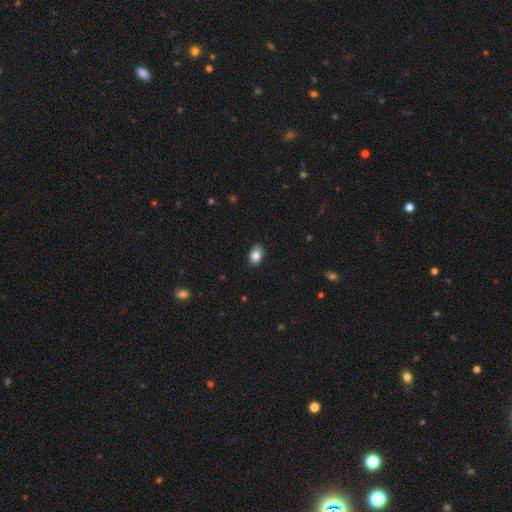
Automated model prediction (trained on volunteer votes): Smooth or featured? Predicted: smooth (p=0.85). How rounded? Predicted: in between (p=0.78). Merging? Predicted: none (p=0.82).